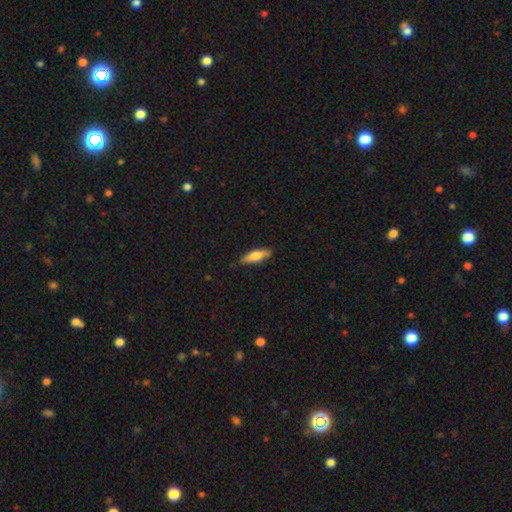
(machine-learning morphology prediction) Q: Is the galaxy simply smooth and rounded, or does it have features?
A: smooth — 65%.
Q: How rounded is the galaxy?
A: cigar-shaped — 54%.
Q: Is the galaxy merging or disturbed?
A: none — 82%.